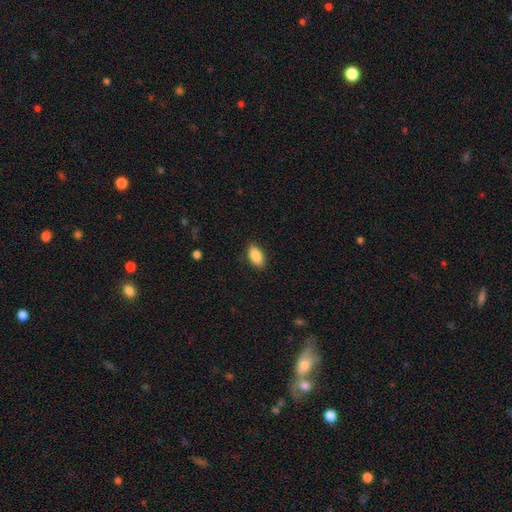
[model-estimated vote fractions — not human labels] Smooth or featured: smooth — 90% (star or artifact — 7%)
How rounded: in between — 93% (round — 4%)
Merging: none — 87% (minor disturbance — 9%)